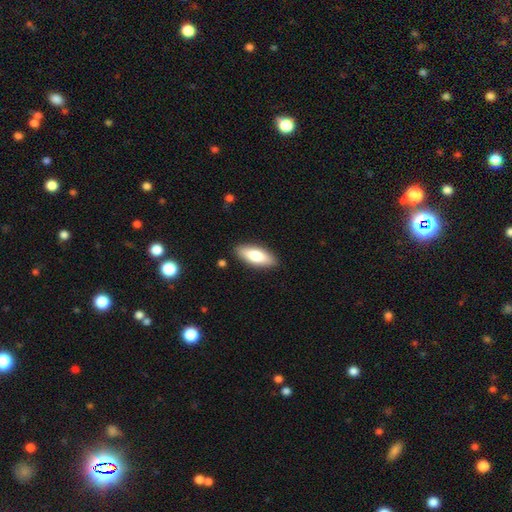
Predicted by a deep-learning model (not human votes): Smooth or featured? smooth (76%)
How rounded? in between (75%)
Merging? none (88%)